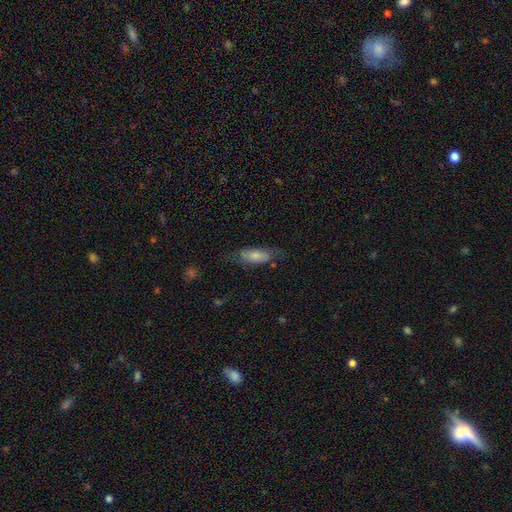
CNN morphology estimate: This appears to be a smooth galaxy with no disk features (71%) that is in between round and cigar-shaped (70%). Merging: none (59%).